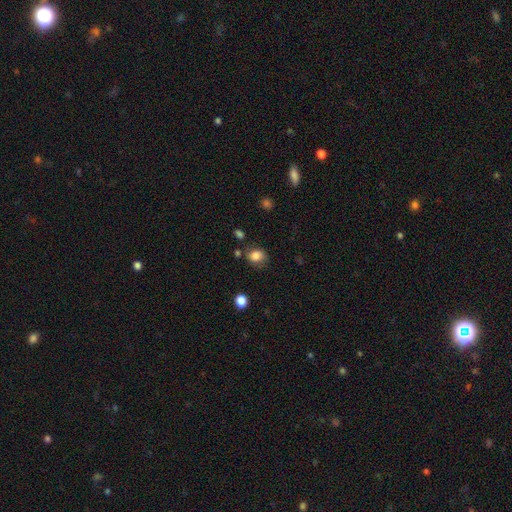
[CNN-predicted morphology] smooth_or_featured: smooth (p=0.81) [alt: star or artifact p=0.10]
how_rounded: round (p=0.58) [alt: in between p=0.41]
merging: none (p=0.64) [alt: minor disturbance p=0.23]